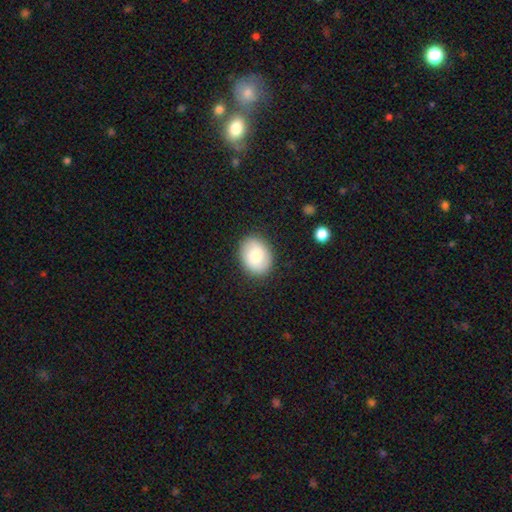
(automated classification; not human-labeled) Smooth or featured? Predicted: smooth (p=0.77). How rounded? Predicted: in between (p=0.60). Merging? Predicted: none (p=0.87).